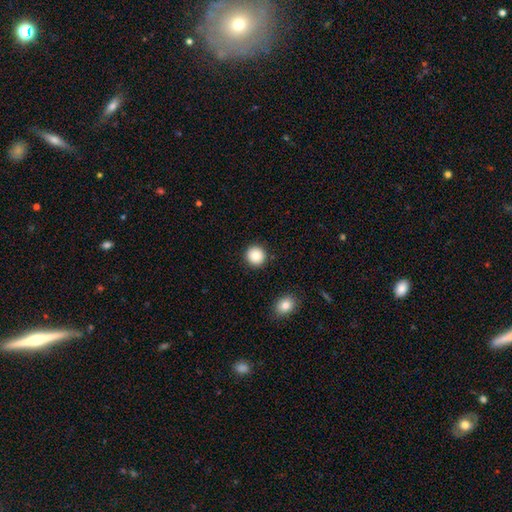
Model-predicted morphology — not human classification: The model was most divided on "smooth or featured": smooth: 88%, star or artifact: 8%, featured or disk: 4%. More confident: how rounded — round (93%); merging — none (91%).